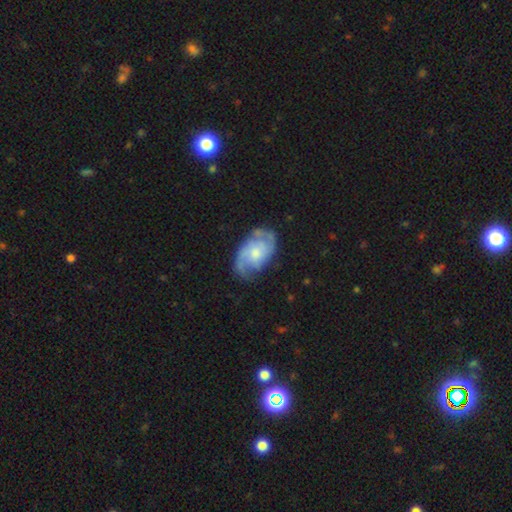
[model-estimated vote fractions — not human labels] Smooth or featured: featured or disk — 82% (smooth — 12%)
Edge-on disk: no — 97% (yes — 3%)
Bar: no — 69% (weak — 27%)
Spiral arms: yes — 95% (no — 5%)
Spiral winding: tight — 44% (medium — 43%)
Spiral arm count: 2 — 67% (can't tell — 13%)
Bulge size: small — 46% (moderate — 41%)
Merging: none — 73% (minor disturbance — 19%)